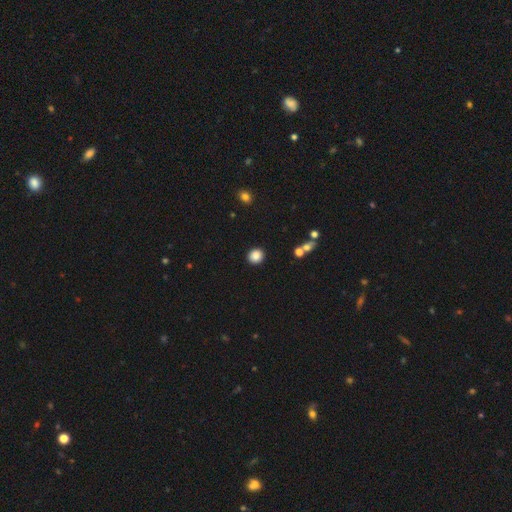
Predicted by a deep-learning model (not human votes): Smooth or featured?
  - smooth: 87% *
  - star or artifact: 9%
  - featured or disk: 4%
How rounded?
  - round: 83% *
  - in between: 16%
  - cigar-shaped: 1%
Merging?
  - none: 91% *
  - minor disturbance: 6%
  - major disturbance: 2%
  - merger: 2%